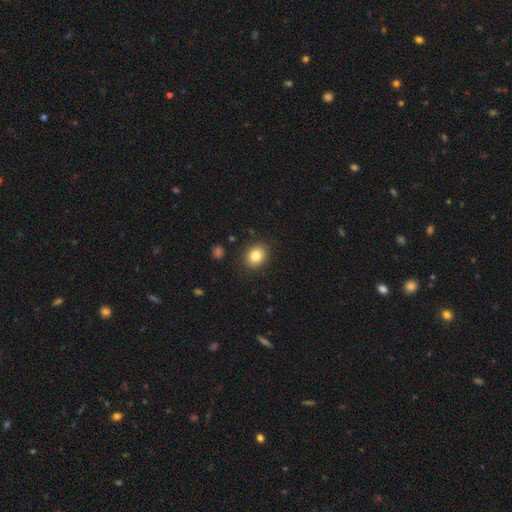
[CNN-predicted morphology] smooth_or_featured: smooth (p=0.83) [alt: star or artifact p=0.09]
how_rounded: round (p=0.55) [alt: in between p=0.44]
merging: none (p=0.88) [alt: minor disturbance p=0.08]